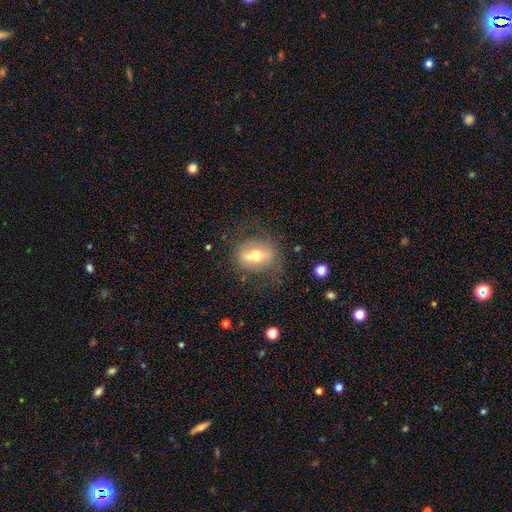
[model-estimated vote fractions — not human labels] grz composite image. It shows a featured or disk galaxy (55%). Merging: none (65%).